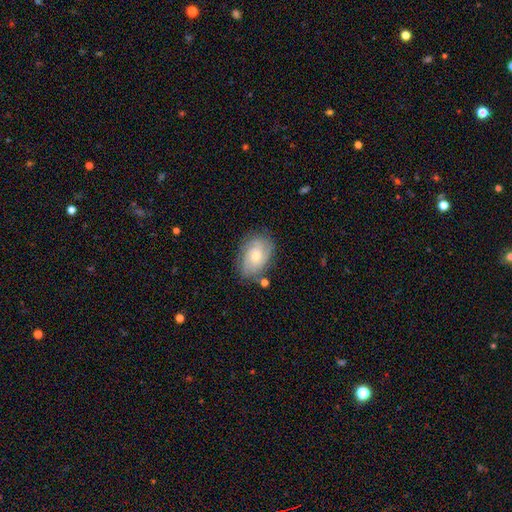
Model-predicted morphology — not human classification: Smooth or featured?
  - featured or disk: 64% *
  - smooth: 28%
  - star or artifact: 8%
Edge-on disk?
  - no: 96% *
  - yes: 4%
Bar?
  - no: 70% *
  - weak: 26%
  - strong: 4%
Spiral arms?
  - yes: 88% *
  - no: 12%
Spiral winding?
  - tight: 60% *
  - medium: 30%
  - loose: 9%
Spiral arm count?
  - can't tell: 36% *
  - 2: 30%
  - 3: 20%
  - 4: 6%
  - 1: 4%
  - more than 4: 4%
Bulge size?
  - moderate: 50% *
  - small: 44%
  - large: 3%
  - none: 2%
  - dominant: 1%
Merging?
  - none: 76% *
  - minor disturbance: 16%
  - major disturbance: 5%
  - merger: 3%